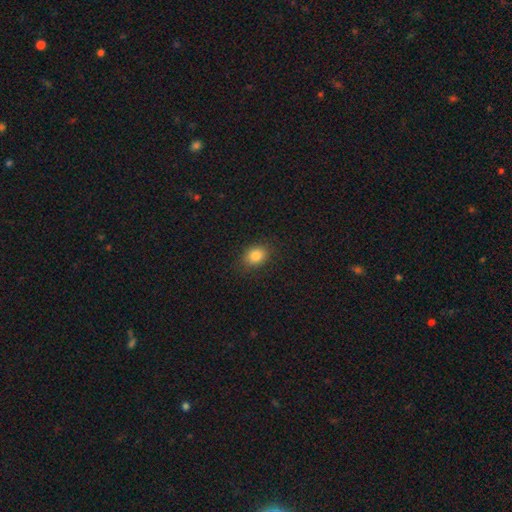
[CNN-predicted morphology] Smooth or featured? smooth (85%)
How rounded? in between (65%)
Merging? none (86%)